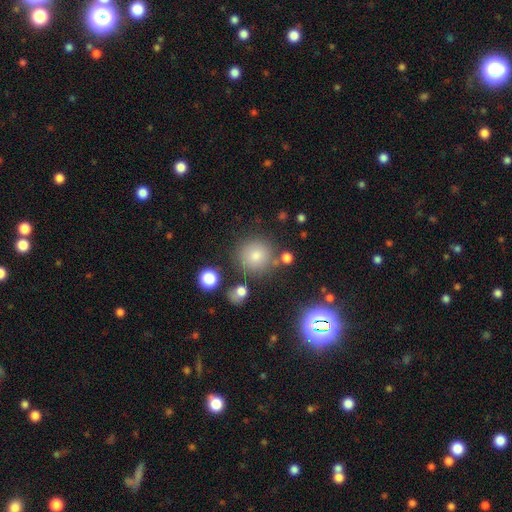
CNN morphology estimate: smooth_or_featured: smooth (p=0.72) [alt: star or artifact p=0.18]
how_rounded: round (p=0.93) [alt: in between p=0.06]
merging: none (p=0.81) [alt: minor disturbance p=0.09]